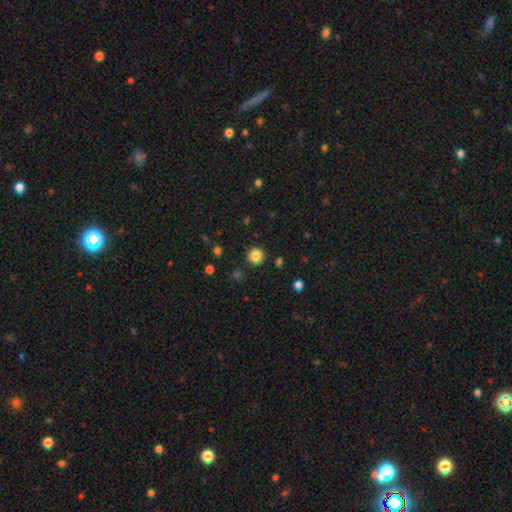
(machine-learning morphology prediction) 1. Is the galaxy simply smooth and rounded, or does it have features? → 84% smooth, 11% star or artifact, 4% featured or disk.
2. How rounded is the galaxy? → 95% round, 4% in between, 1% cigar-shaped.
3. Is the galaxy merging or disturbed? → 92% none, 5% minor disturbance, 2% major disturbance, 2% merger.